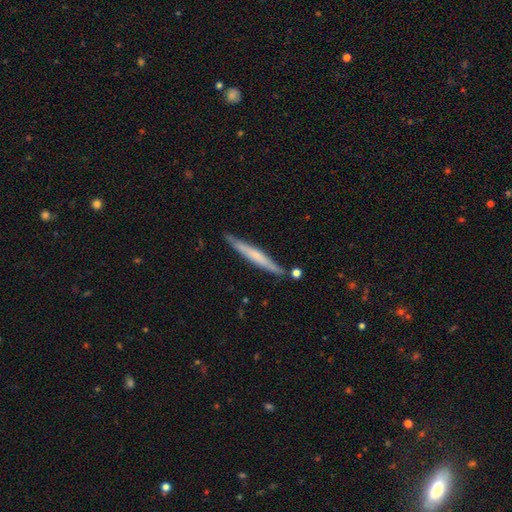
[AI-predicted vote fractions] A featured or disk galaxy (48%). Merging: none (84%).